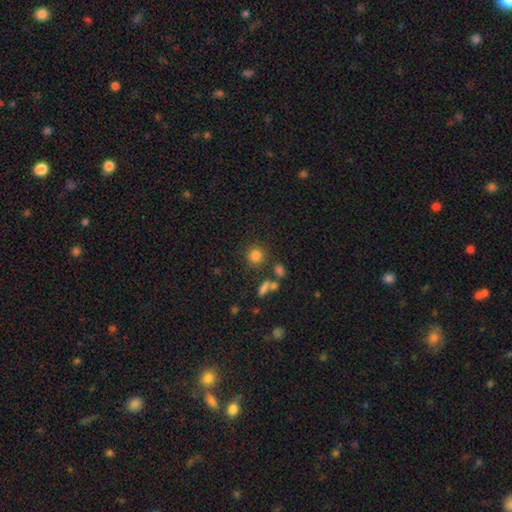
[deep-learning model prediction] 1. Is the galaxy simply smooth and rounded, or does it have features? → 81% smooth, 12% star or artifact, 6% featured or disk.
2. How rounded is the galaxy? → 90% round, 9% in between, 1% cigar-shaped.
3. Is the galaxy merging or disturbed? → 79% none, 9% minor disturbance, 8% merger, 4% major disturbance.